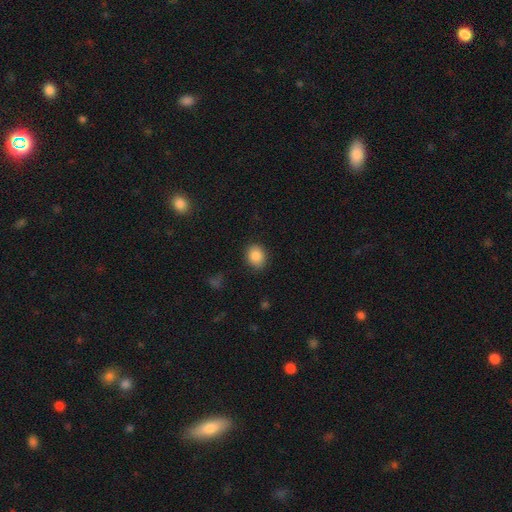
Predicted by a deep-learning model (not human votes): A smooth galaxy with no disk features (87%) that is round (58%).

Vote fractions:
- Smooth or featured? smooth: 87% / star or artifact: 8% / featured or disk: 4%
- How rounded? round: 58% / in between: 41% / cigar-shaped: 1%
- Merging? none: 87% / minor disturbance: 9% / major disturbance: 3% / merger: 1%